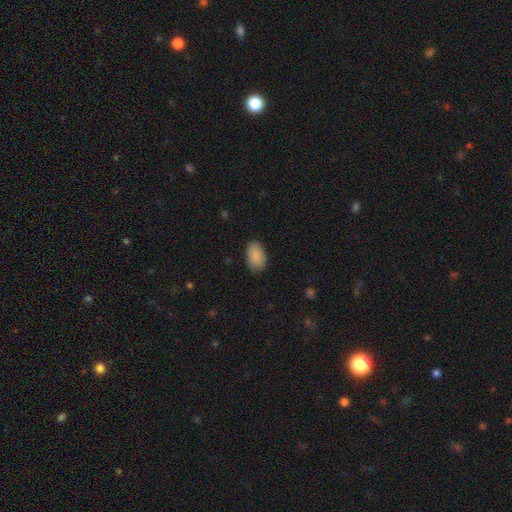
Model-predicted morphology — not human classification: Overall: smooth (89%). How rounded: in between (92%). Merging: none (83%).